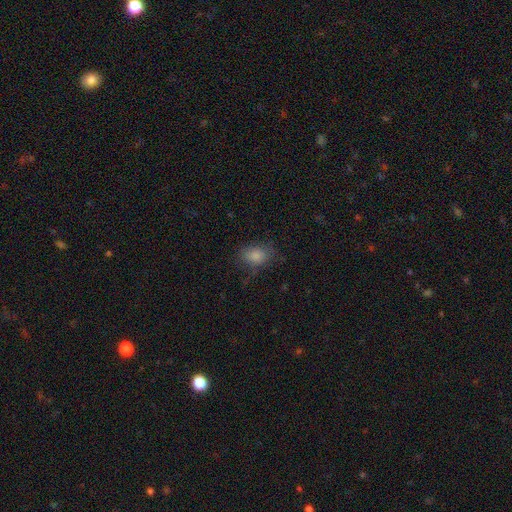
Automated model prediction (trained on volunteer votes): Smooth or featured? Predicted: smooth (p=0.82). How rounded? Predicted: in between (p=0.74). Merging? Predicted: none (p=0.67).